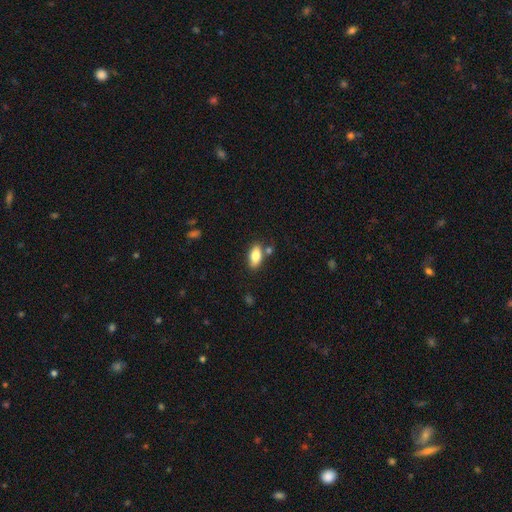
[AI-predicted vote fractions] smooth-or-featured: smooth: 81% | featured or disk: 12% | star or artifact: 7%
  how-rounded: in between: 88% | cigar-shaped: 8% | round: 3%
  merging: none: 76% | minor disturbance: 12% | merger: 9% | major disturbance: 3%